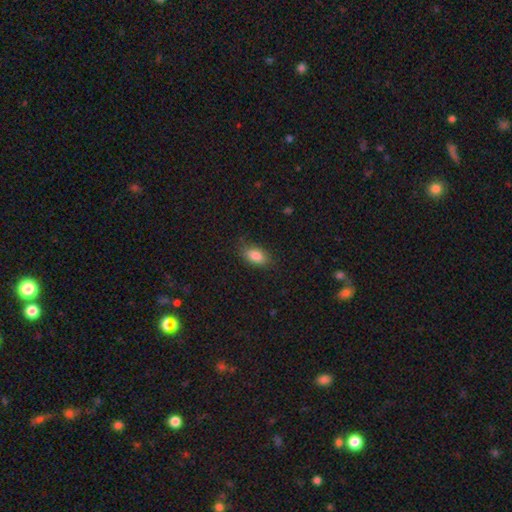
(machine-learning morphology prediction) This appears to be a smooth galaxy with no disk features (85%) that is in between round and cigar-shaped (89%). Merging: none (83%).